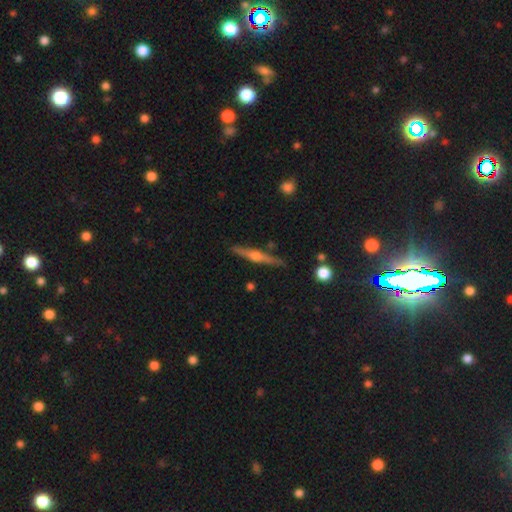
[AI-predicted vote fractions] Smooth or featured? Predicted: featured or disk (p=0.73). Edge-on disk? Predicted: yes (p=0.98). Edge-on bulge? Predicted: rounded (p=0.90). Merging? Predicted: none (p=0.87).